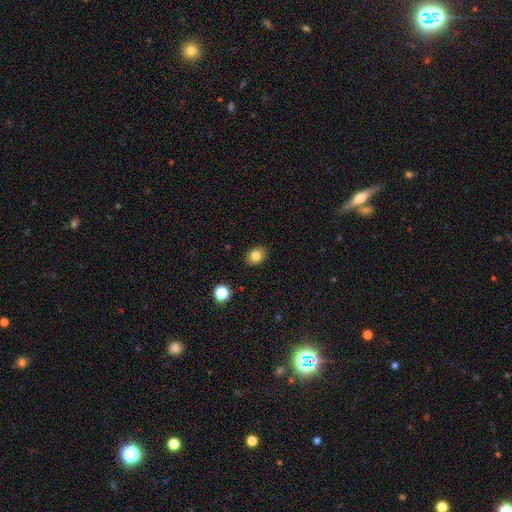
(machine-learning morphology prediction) Q: Smooth or featured?
A: smooth (81%); runner-up: star or artifact (11%)
Q: How rounded?
A: in between (51%); runner-up: round (48%)
Q: Merging?
A: none (88%); runner-up: minor disturbance (9%)